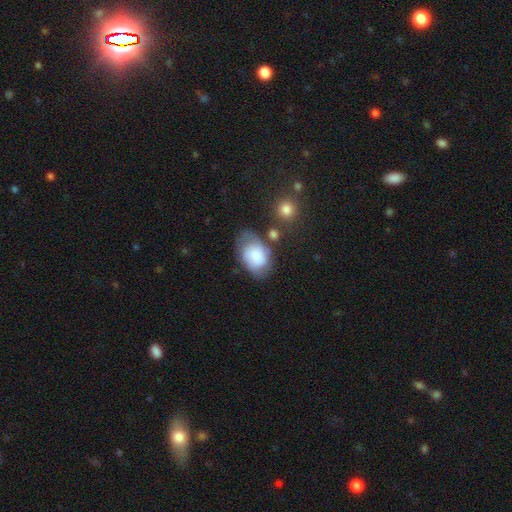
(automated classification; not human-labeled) Smooth or featured? Predicted: smooth (p=0.68). How rounded? Predicted: in between (p=0.81). Merging? Predicted: none (p=0.47).